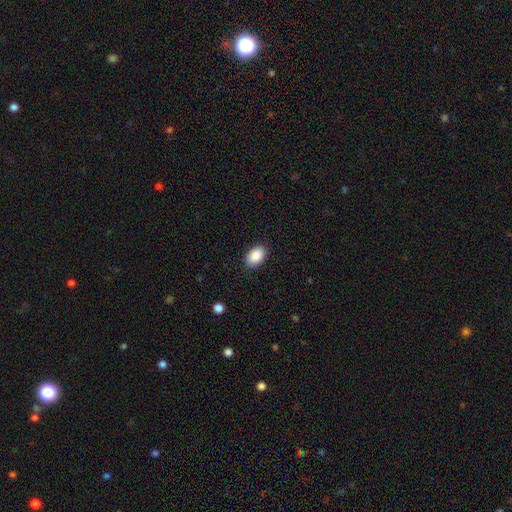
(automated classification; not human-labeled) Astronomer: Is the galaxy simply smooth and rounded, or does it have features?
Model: smooth — 90%.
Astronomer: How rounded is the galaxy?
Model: in between — 90%.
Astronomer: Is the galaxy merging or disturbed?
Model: none — 88%.